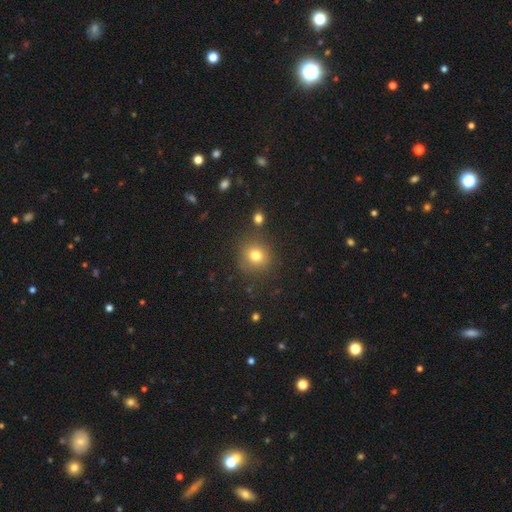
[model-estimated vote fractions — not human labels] smooth_or_featured: smooth (p=0.77) [alt: star or artifact p=0.14]
how_rounded: round (p=0.86) [alt: in between p=0.13]
merging: none (p=0.81) [alt: minor disturbance p=0.11]